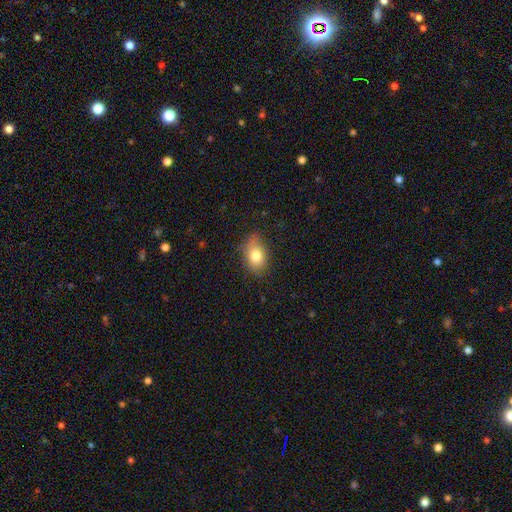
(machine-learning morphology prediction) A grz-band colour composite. It shows a smooth galaxy with no disk features (79%) that is in between round and cigar-shaped (83%). Merging: none (73%).